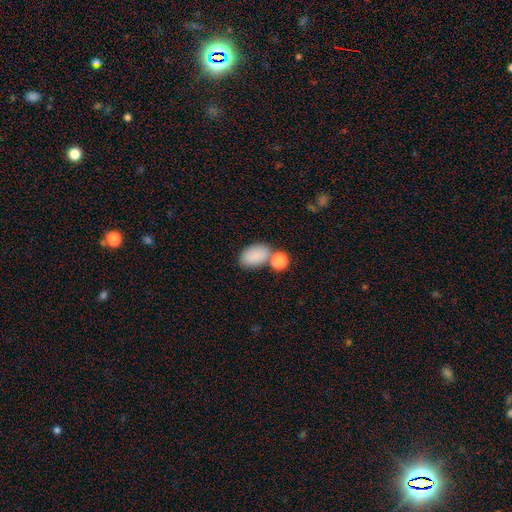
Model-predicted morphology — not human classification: smooth_or_featured: smooth (p=0.85) [alt: star or artifact p=0.08]
how_rounded: in between (p=0.91) [alt: round p=0.07]
merging: none (p=0.61) [alt: merger p=0.20]